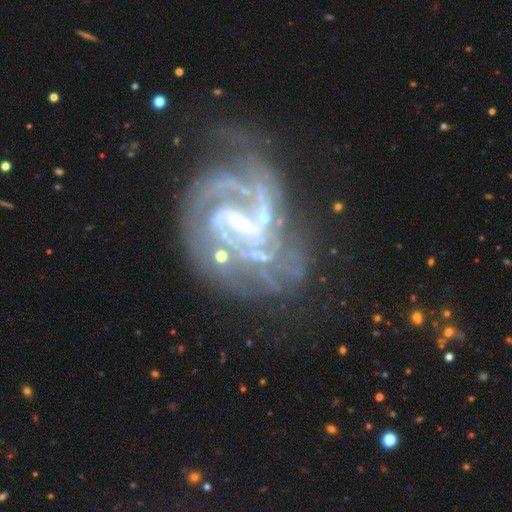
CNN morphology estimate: Overall: featured or disk (90%). Edge-on disk: no (98%). Bar: strong (47%; weak 36%). Spiral arms: yes (95%). Spiral arm count: 2 (38%; can't tell 19%). Spiral winding: medium (44%; tight 41%). Bulge size: small (73%). Merging: none (48%; major disturbance 26%).